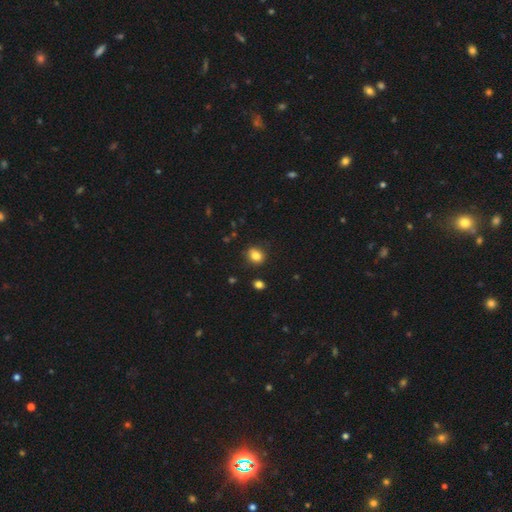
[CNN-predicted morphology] Smooth or featured?
  - smooth: 82% *
  - star or artifact: 11%
  - featured or disk: 7%
How rounded?
  - round: 56% *
  - in between: 43%
  - cigar-shaped: 1%
Merging?
  - none: 83% *
  - minor disturbance: 12%
  - major disturbance: 3%
  - merger: 2%